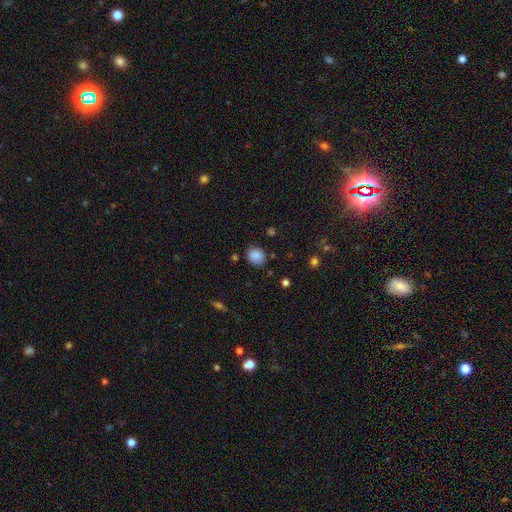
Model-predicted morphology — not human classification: The model was most divided on "how rounded": round: 67%, in between: 32%, cigar-shaped: 1%. More confident: smooth or featured — smooth (85%); merging — none (79%).